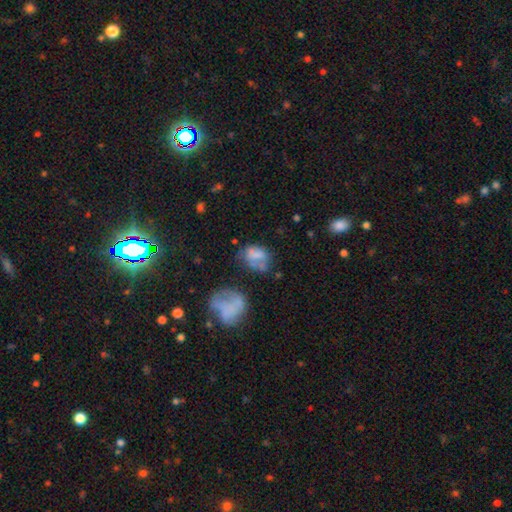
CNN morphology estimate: A smooth galaxy with no disk features (59%) that is in between round and cigar-shaped (67%).

Vote fractions:
- Smooth or featured? smooth: 59% / featured or disk: 30% / star or artifact: 11%
- How rounded? in between: 67% / round: 31% / cigar-shaped: 1%
- Merging? none: 34% / major disturbance: 26% / minor disturbance: 26% / merger: 14%